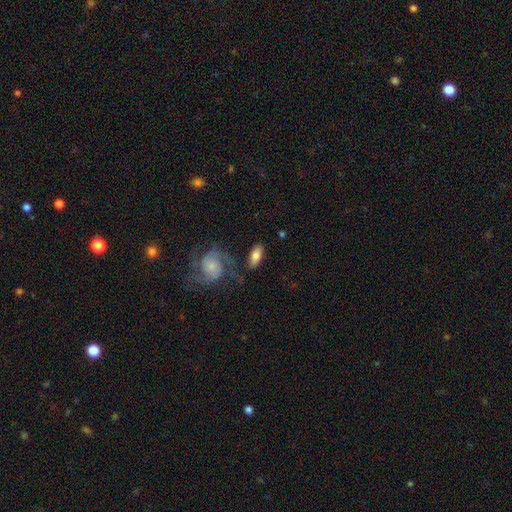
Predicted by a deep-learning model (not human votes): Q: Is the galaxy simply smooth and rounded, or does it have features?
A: smooth — 68%.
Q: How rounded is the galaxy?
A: in between — 83%.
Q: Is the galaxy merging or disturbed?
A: none — 67%.